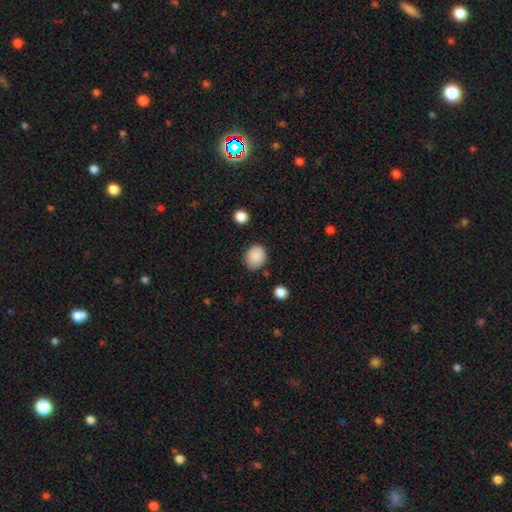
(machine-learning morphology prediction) type=smooth (88%); roundness=round (64%); merging=none (81%).